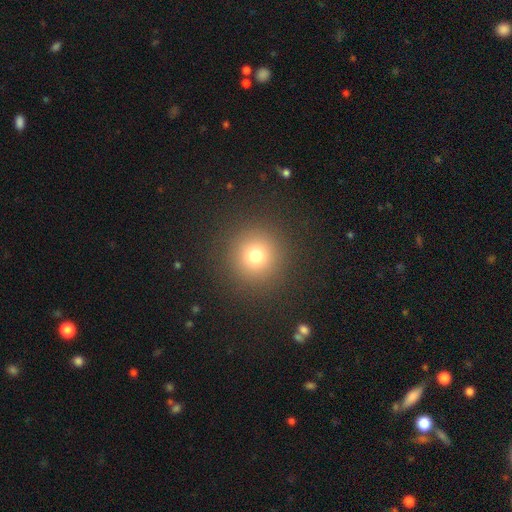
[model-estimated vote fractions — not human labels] A smooth galaxy with no disk features (74%) that is round (95%). Merging: none (90%).